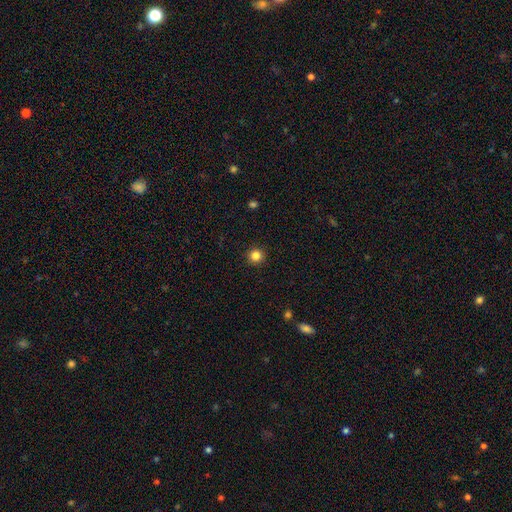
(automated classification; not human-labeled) Smooth or featured?
  - smooth: 84% *
  - star or artifact: 12%
  - featured or disk: 4%
How rounded?
  - round: 95% *
  - in between: 4%
  - cigar-shaped: 1%
Merging?
  - none: 93% *
  - minor disturbance: 4%
  - major disturbance: 2%
  - merger: 1%